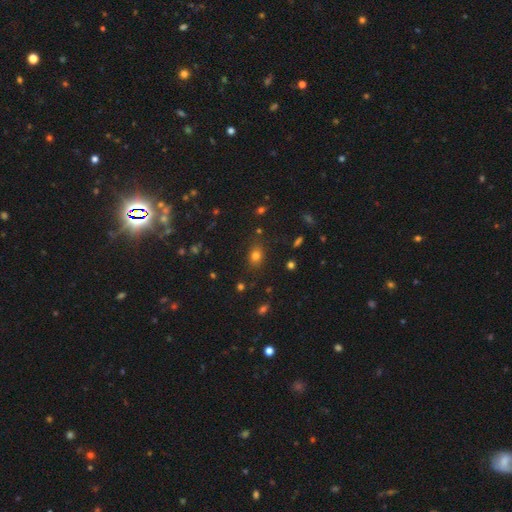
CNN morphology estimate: Overall: smooth (75%). How rounded: in between (53%; round 45%). Merging: none (82%).